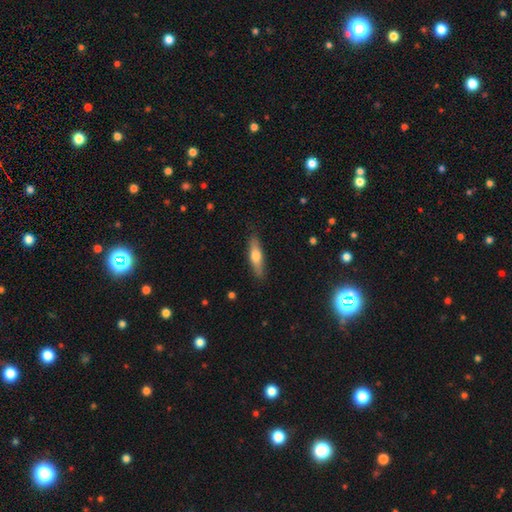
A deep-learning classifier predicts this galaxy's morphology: A smooth galaxy with no disk features (59%) that is cigar-shaped (68%). Merging: none (86%).